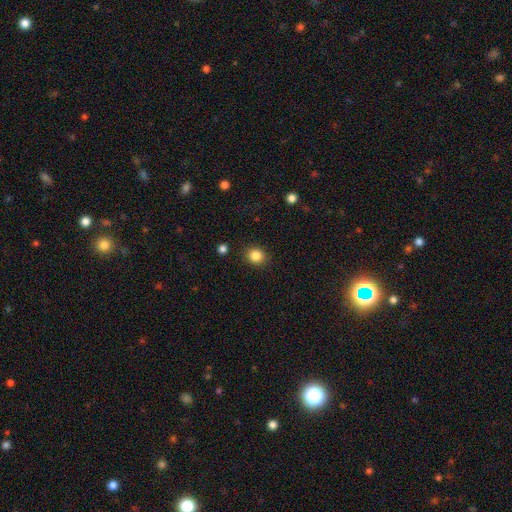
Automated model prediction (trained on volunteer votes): Smooth or featured? Predicted: smooth (p=0.85). How rounded? Predicted: round (p=0.77). Merging? Predicted: none (p=0.89).